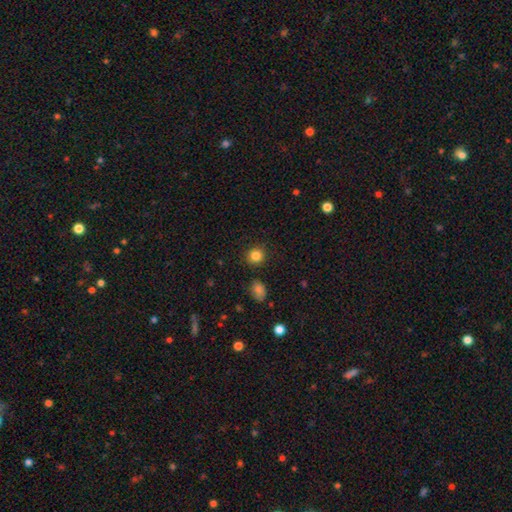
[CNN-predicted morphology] Q: Smooth or featured?
A: smooth (84%); runner-up: star or artifact (11%)
Q: How rounded?
A: round (89%); runner-up: in between (10%)
Q: Merging?
A: none (89%); runner-up: minor disturbance (7%)